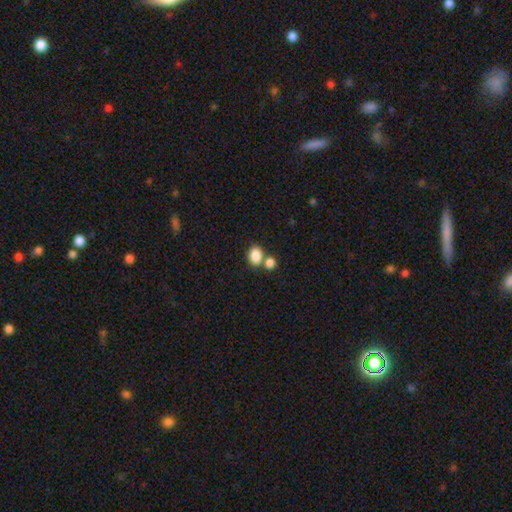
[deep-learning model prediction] Overall: smooth (86%). How rounded: in between (68%; round 31%). Merging: none (52%; merger 35%).